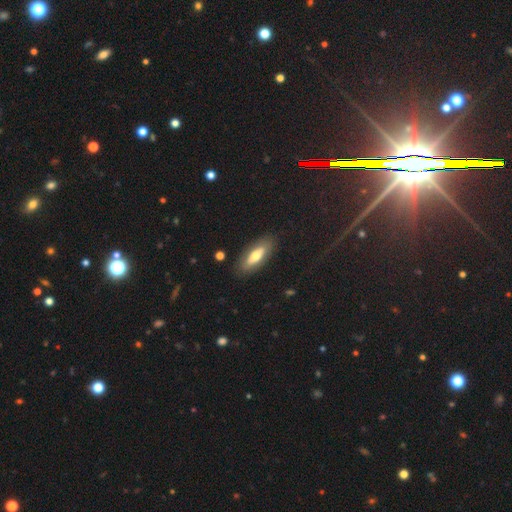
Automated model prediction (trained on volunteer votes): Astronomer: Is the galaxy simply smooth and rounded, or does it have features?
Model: smooth — 60%.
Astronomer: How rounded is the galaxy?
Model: in between — 68%.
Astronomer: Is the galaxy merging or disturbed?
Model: none — 85%.